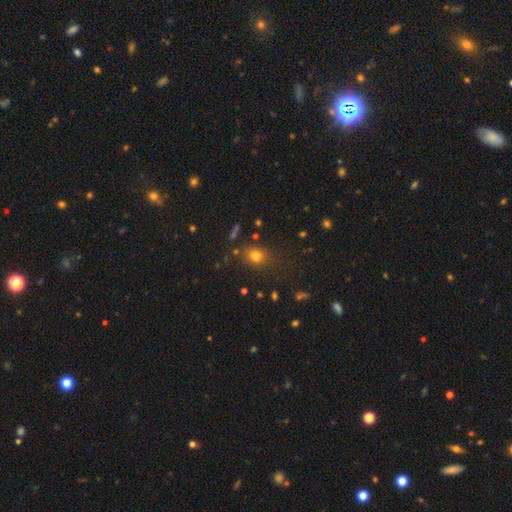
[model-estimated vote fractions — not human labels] Smooth or featured?
  - smooth: 75% *
  - star or artifact: 17%
  - featured or disk: 8%
How rounded?
  - round: 68% *
  - in between: 31%
  - cigar-shaped: 1%
Merging?
  - none: 78% *
  - minor disturbance: 12%
  - major disturbance: 5%
  - merger: 4%